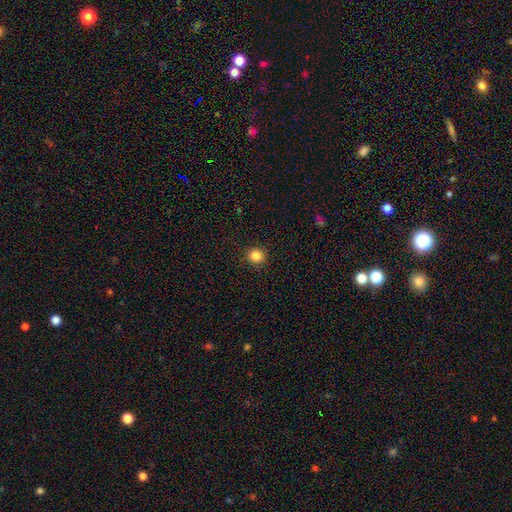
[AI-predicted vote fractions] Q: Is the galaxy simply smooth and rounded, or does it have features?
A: smooth — 86%.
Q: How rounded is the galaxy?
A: round — 87%.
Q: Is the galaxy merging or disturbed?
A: none — 91%.